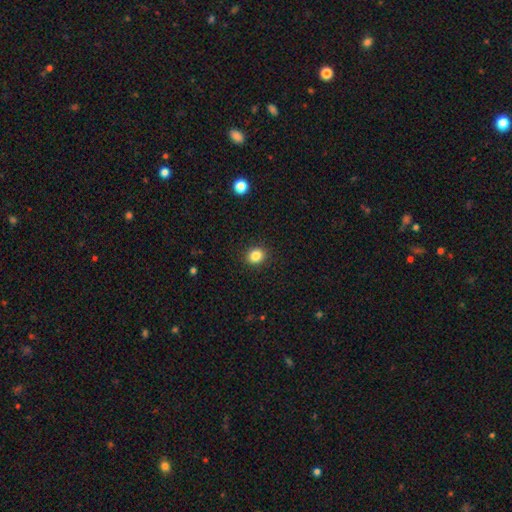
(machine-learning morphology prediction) smooth_or_featured: smooth (p=0.85) [alt: star or artifact p=0.11]
how_rounded: round (p=0.69) [alt: in between p=0.30]
merging: none (p=0.91) [alt: minor disturbance p=0.06]